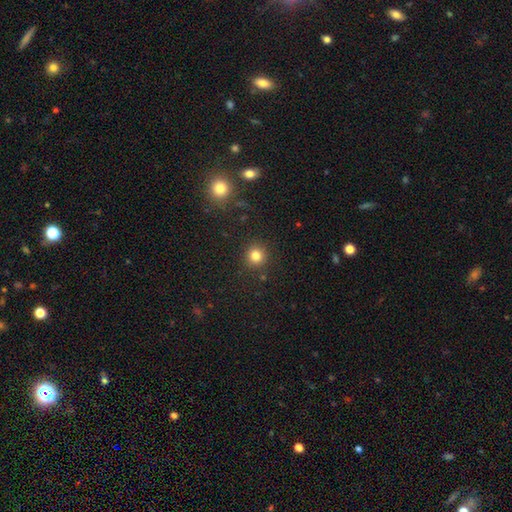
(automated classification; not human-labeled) Smooth or featured?
  - smooth: 81% *
  - star or artifact: 14%
  - featured or disk: 5%
How rounded?
  - round: 92% *
  - in between: 7%
  - cigar-shaped: 1%
Merging?
  - none: 89% *
  - minor disturbance: 6%
  - major disturbance: 2%
  - merger: 2%